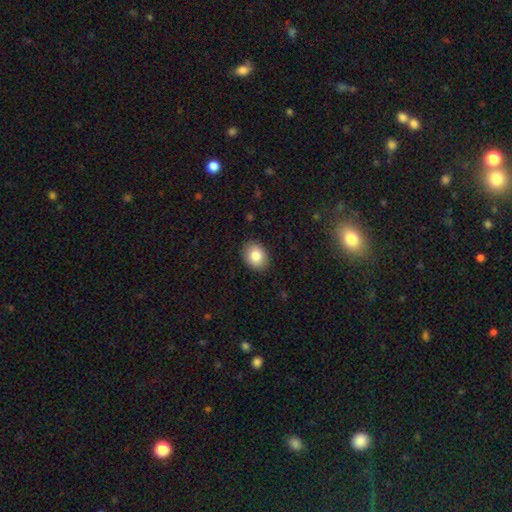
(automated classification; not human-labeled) smooth-or-featured: smooth: 83% | featured or disk: 9% | star or artifact: 8%
  how-rounded: in between: 66% | round: 33% | cigar-shaped: 1%
  merging: none: 89% | minor disturbance: 8% | major disturbance: 2% | merger: 1%